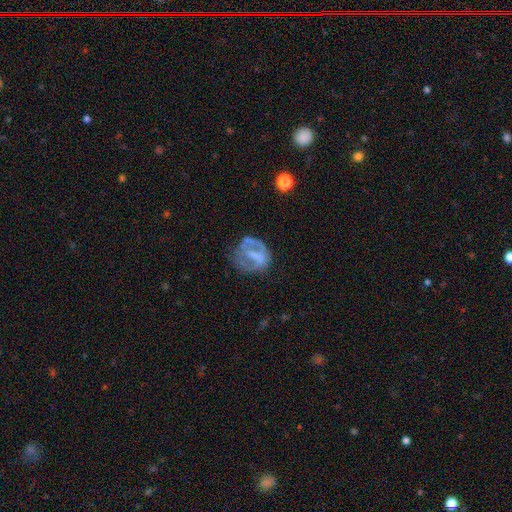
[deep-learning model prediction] The model was most divided on "bar": no: 49%, weak: 29%, strong: 22%. Remaining: edge-on disk — no (97%); spiral arms — no (72%); smooth or featured — featured or disk (56%); bulge size — none (54%); merging — none (49%).